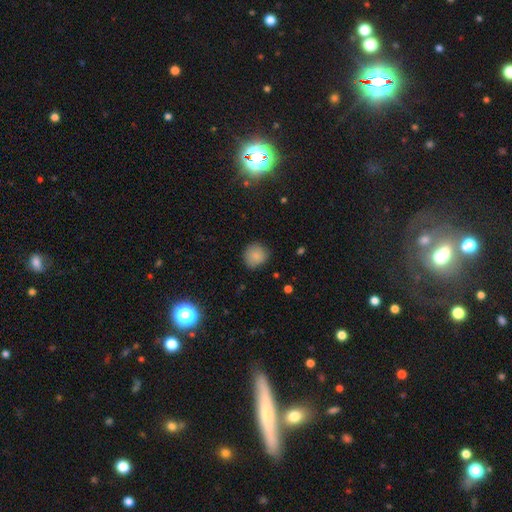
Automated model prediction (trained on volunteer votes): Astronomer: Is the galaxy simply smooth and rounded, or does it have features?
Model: smooth — 86%.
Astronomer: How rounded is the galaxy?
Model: round — 88%.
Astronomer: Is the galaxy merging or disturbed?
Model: none — 83%.